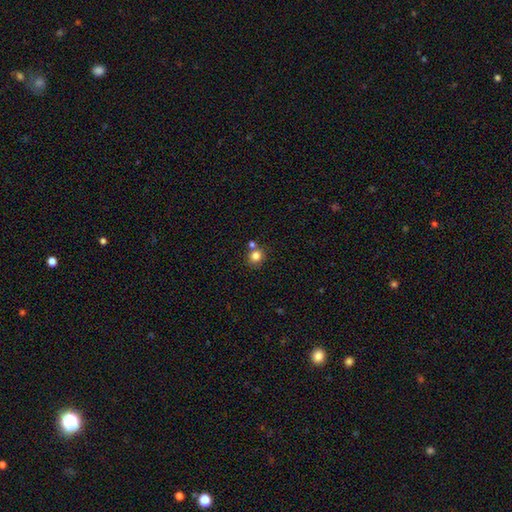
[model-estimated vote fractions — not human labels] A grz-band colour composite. It shows a smooth galaxy with no disk features (82%) that is round (83%). Merging: none (67%).